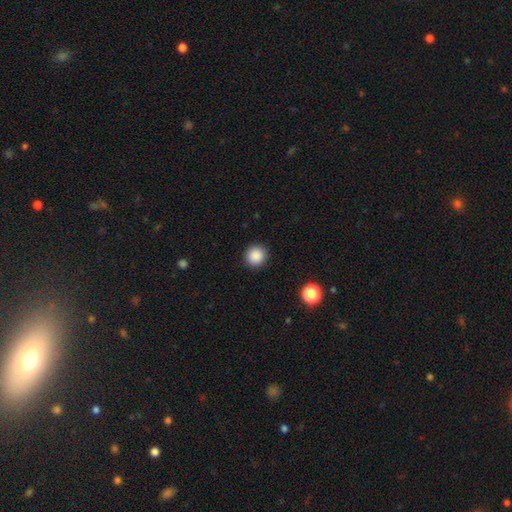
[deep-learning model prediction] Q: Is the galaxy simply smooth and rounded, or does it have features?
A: smooth — 88%.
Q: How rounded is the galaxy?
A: round — 92%.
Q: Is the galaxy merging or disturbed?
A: none — 92%.